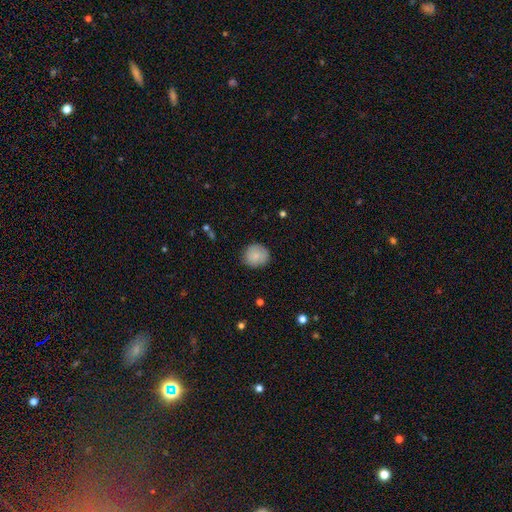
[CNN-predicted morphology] This appears to be a smooth galaxy with no disk features (85%) that is round (85%). Merging: none (83%).